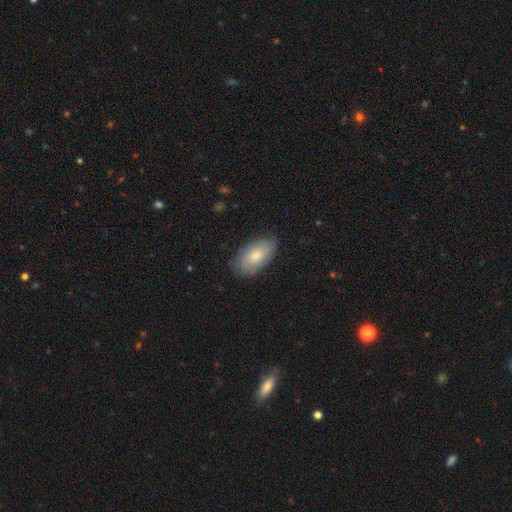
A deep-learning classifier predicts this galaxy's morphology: The model was most divided on "smooth or featured": smooth: 72%, featured or disk: 22%, star or artifact: 6%. More confident: how rounded — in between (94%); merging — none (78%).